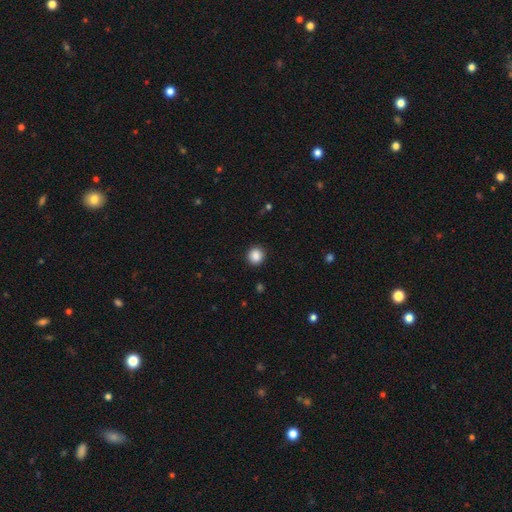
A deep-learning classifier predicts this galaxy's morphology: smooth-or-featured: smooth: 88% | star or artifact: 9% | featured or disk: 3%
  how-rounded: round: 91% | in between: 8% | cigar-shaped: 1%
  merging: none: 91% | minor disturbance: 6% | major disturbance: 2% | merger: 1%